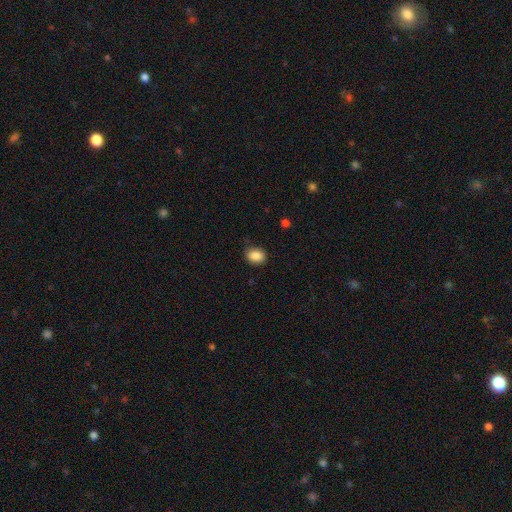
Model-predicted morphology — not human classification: Smooth or featured? Predicted: smooth (p=0.87). How rounded? Predicted: in between (p=0.58). Merging? Predicted: none (p=0.82).